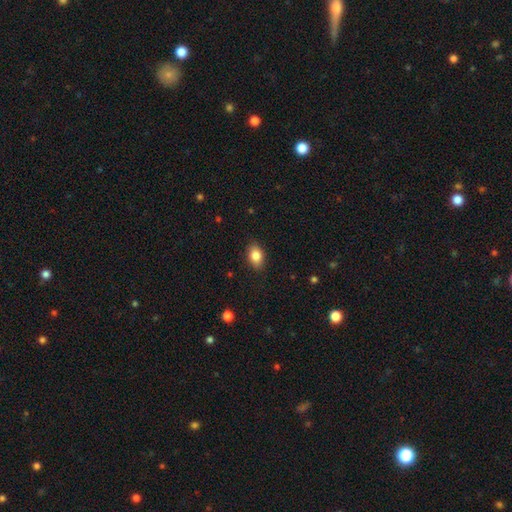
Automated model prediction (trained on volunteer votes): A smooth galaxy with no disk features (84%) that is in between round and cigar-shaped (82%).

Vote fractions:
- Smooth or featured? smooth: 84% / star or artifact: 8% / featured or disk: 7%
- How rounded? in between: 82% / round: 16% / cigar-shaped: 2%
- Merging? none: 86% / minor disturbance: 10% / major disturbance: 2% / merger: 1%